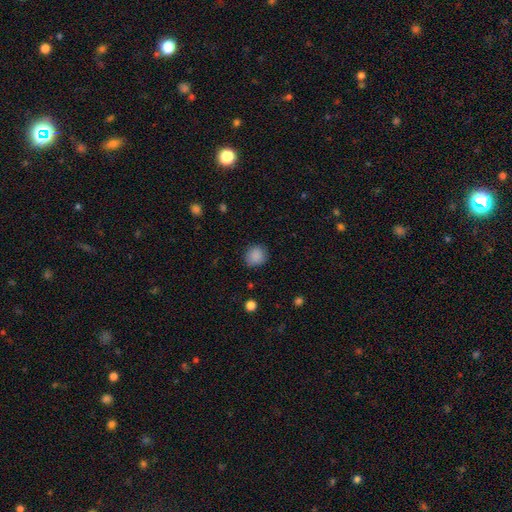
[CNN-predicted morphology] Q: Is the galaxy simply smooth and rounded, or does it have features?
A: smooth — 87%.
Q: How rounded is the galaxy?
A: round — 85%.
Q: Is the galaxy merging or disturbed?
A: none — 84%.